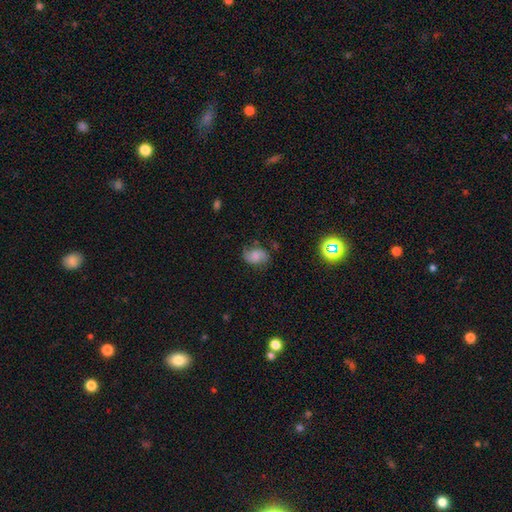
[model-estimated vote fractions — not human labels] A smooth galaxy with no disk features (51%) that is in between round and cigar-shaped (73%).

Vote fractions:
- Smooth or featured? smooth: 51% / featured or disk: 37% / star or artifact: 12%
- How rounded? in between: 73% / round: 25% / cigar-shaped: 2%
- Merging? none: 63% / minor disturbance: 24% / major disturbance: 10% / merger: 2%